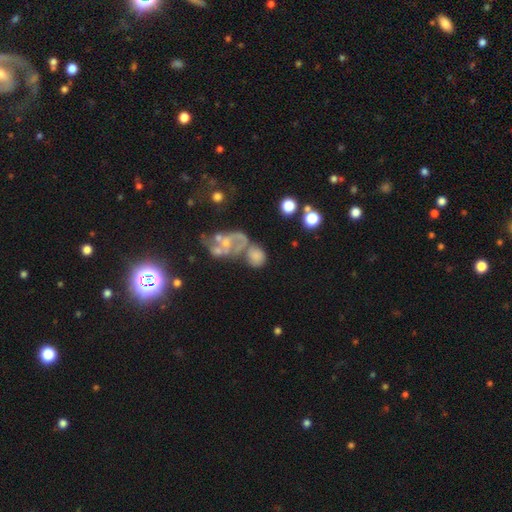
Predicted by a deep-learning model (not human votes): Smooth or featured? Predicted: smooth (p=0.52). How rounded? Predicted: round (p=0.53). Merging? Predicted: merger (p=0.46).